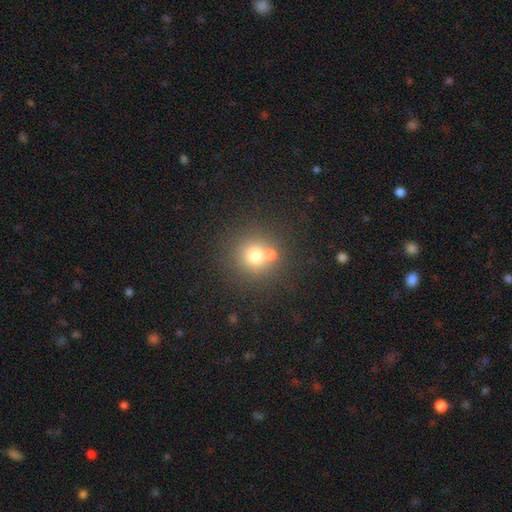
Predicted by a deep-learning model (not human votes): This appears to be a smooth galaxy with no disk features (71%) that is round (91%). Merging: none (60%).